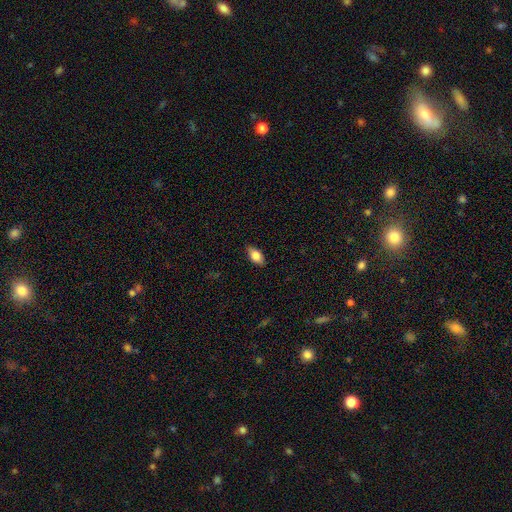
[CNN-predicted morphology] Smooth or featured: smooth — 78% (featured or disk — 15%)
How rounded: in between — 89% (cigar-shaped — 7%)
Merging: none — 85% (minor disturbance — 11%)